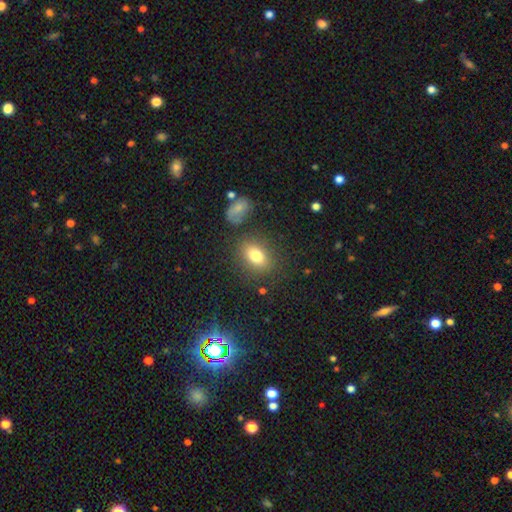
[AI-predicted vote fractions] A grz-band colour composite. It shows a smooth galaxy with no disk features (80%) that is in between round and cigar-shaped (75%). Merging: none (80%).